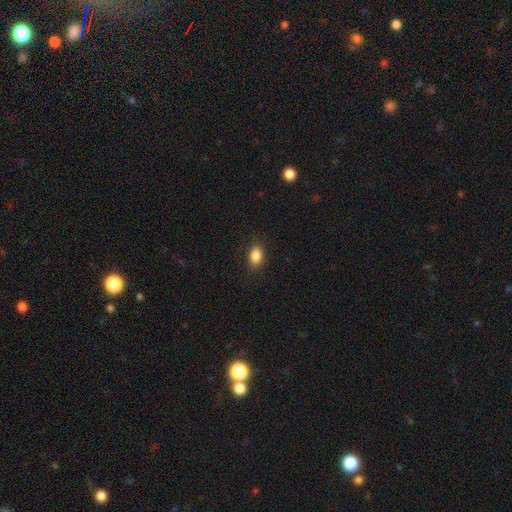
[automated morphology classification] The model was most divided on "how rounded": in between: 85%, round: 13%, cigar-shaped: 2%. More confident: smooth or featured — smooth (87%); merging — none (86%).